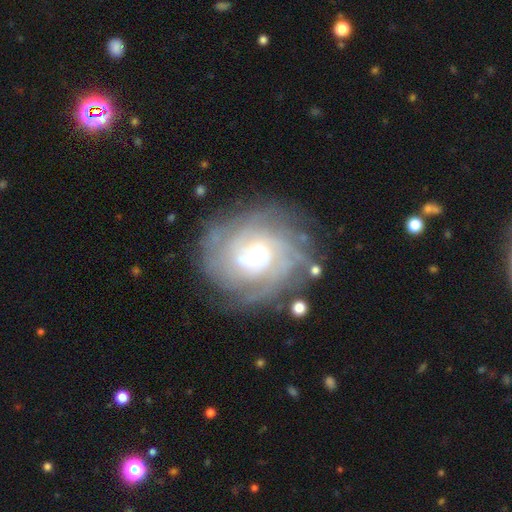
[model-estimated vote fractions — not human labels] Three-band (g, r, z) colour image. It shows a featured or disk galaxy (82%) with a weak bar (53%), tight (68%) spiral arms (94%) and a small central bulge (50%). Merging: none (73%).